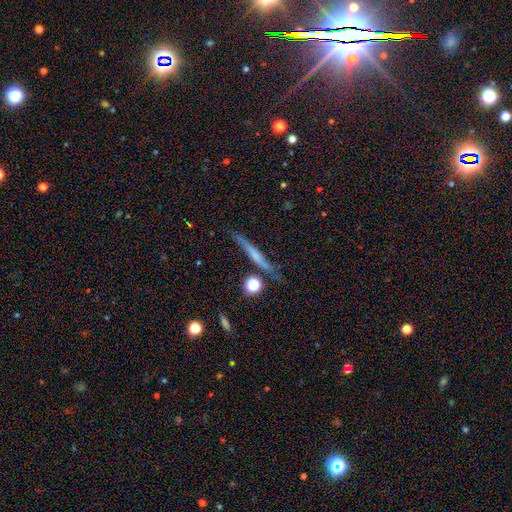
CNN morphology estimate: A featured or disk galaxy (49%).

Vote fractions:
- Smooth or featured? featured or disk: 49% / smooth: 42% / star or artifact: 8%
- Merging? none: 79% / minor disturbance: 14% / merger: 4% / major disturbance: 4%